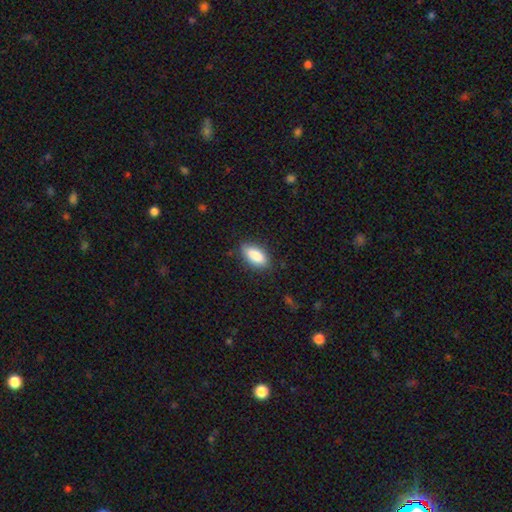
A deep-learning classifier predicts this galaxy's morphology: The model was most divided on "merging": none: 82%, minor disturbance: 14%, major disturbance: 3%, merger: 1%. More confident: how rounded — in between (87%); smooth or featured — smooth (86%).